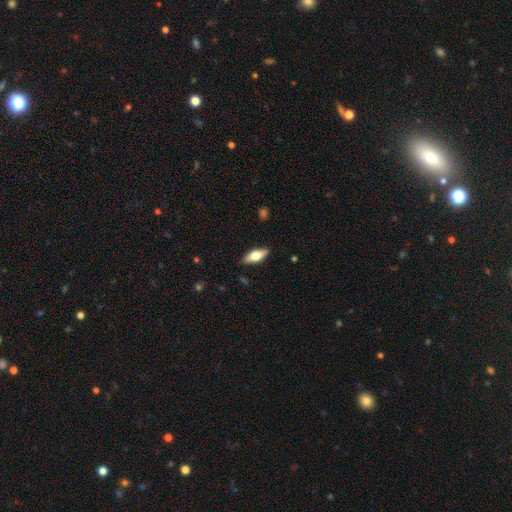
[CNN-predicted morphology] Smooth or featured? Predicted: smooth (p=0.56). How rounded? Predicted: in between (p=0.70). Merging? Predicted: none (p=0.87).